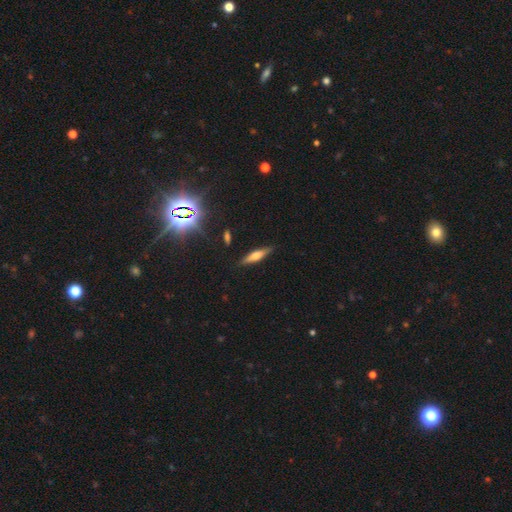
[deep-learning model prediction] Smooth or featured? Predicted: smooth (p=0.50). How rounded? Predicted: cigar-shaped (p=0.75). Merging? Predicted: none (p=0.86).